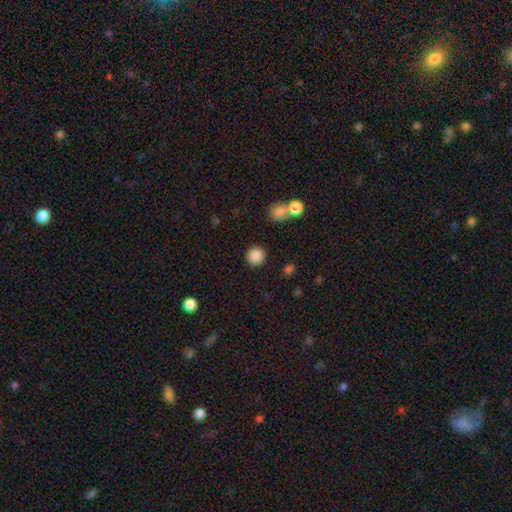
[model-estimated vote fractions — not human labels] The model was most divided on "smooth or featured": smooth: 87%, star or artifact: 9%, featured or disk: 4%. More confident: how rounded — round (93%); merging — none (89%).